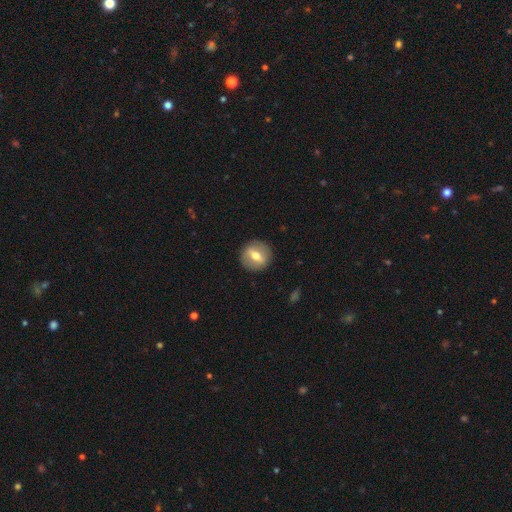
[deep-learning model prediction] This is possibly a smooth galaxy (49%). Merging: clearly none (90%).